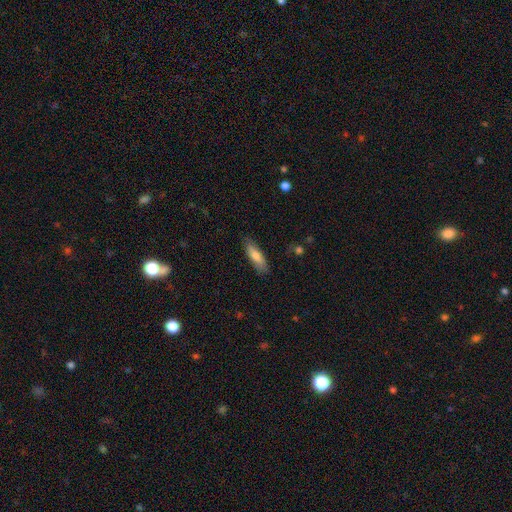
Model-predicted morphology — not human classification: This is likely a smooth galaxy (72%). How rounded: possibly cigar-shaped (56%). Merging: clearly none (84%).